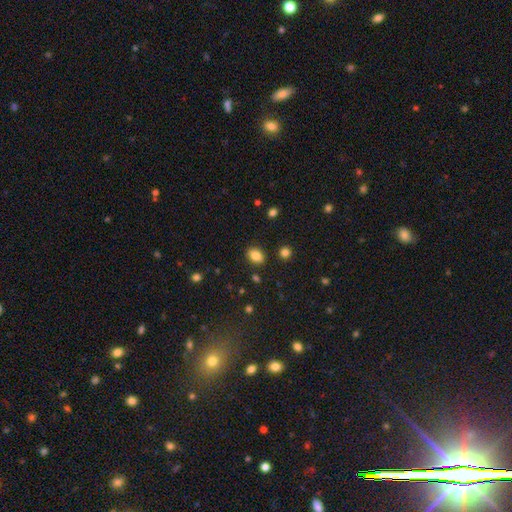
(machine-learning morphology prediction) smooth-or-featured: smooth: 84% | star or artifact: 10% | featured or disk: 6%
  how-rounded: in between: 70% | round: 28% | cigar-shaped: 1%
  merging: none: 85% | minor disturbance: 10% | merger: 3% | major disturbance: 3%